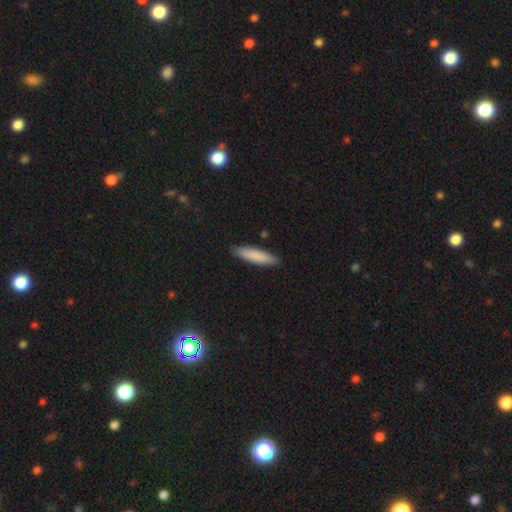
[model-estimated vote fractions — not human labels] A smooth galaxy with no disk features (85%) that is cigar-shaped (81%).

Vote fractions:
- Smooth or featured? smooth: 85% / featured or disk: 10% / star or artifact: 6%
- How rounded? cigar-shaped: 81% / in between: 18% / round: 1%
- Merging? none: 89% / minor disturbance: 8% / major disturbance: 1% / merger: 1%